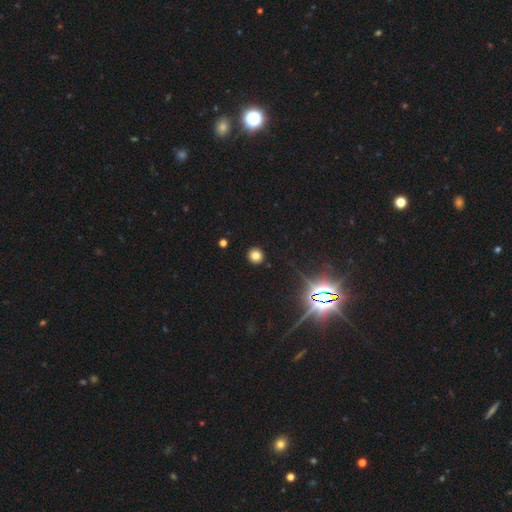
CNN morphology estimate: The model was most divided on "smooth or featured": smooth: 76%, star or artifact: 18%, featured or disk: 6%. More confident: how rounded — round (92%); merging — none (92%).